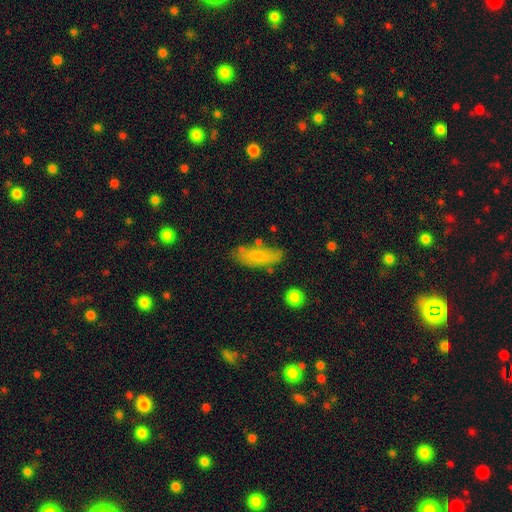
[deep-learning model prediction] smooth-or-featured: smooth: 72% | featured or disk: 20% | star or artifact: 8%
  how-rounded: in between: 64% | cigar-shaped: 34% | round: 2%
  merging: none: 65% | minor disturbance: 23% | major disturbance: 7% | merger: 5%